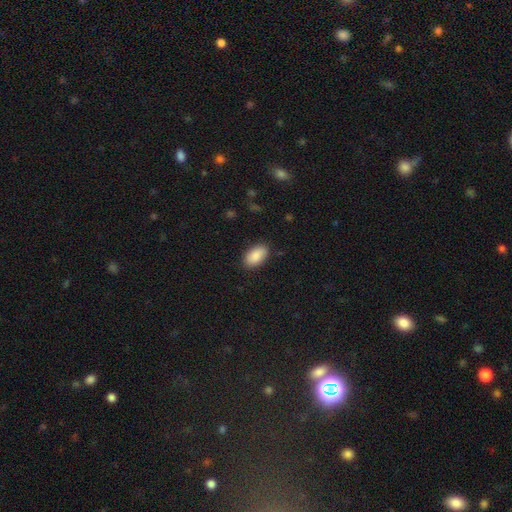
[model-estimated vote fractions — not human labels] Smooth or featured: smooth — 89% (star or artifact — 6%)
How rounded: in between — 94% (round — 4%)
Merging: none — 87% (minor disturbance — 9%)